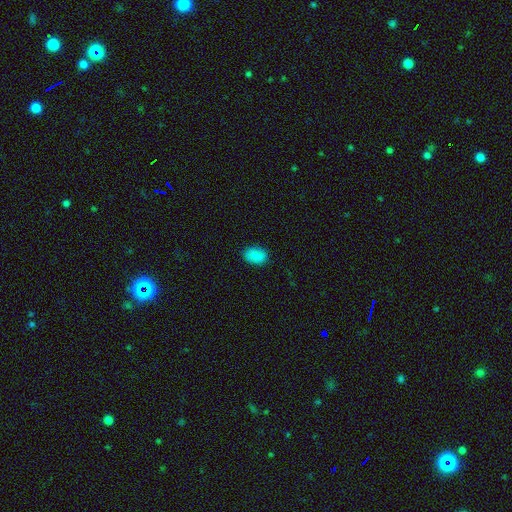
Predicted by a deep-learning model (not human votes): Smooth or featured? smooth (86%)
How rounded? in between (78%)
Merging? none (87%)